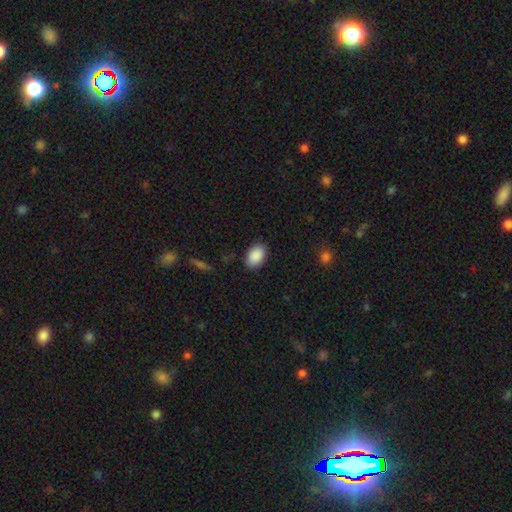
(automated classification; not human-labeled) smooth_or_featured: smooth (p=0.90) [alt: star or artifact p=0.07]
how_rounded: in between (p=0.89) [alt: round p=0.10]
merging: none (p=0.87) [alt: minor disturbance p=0.10]